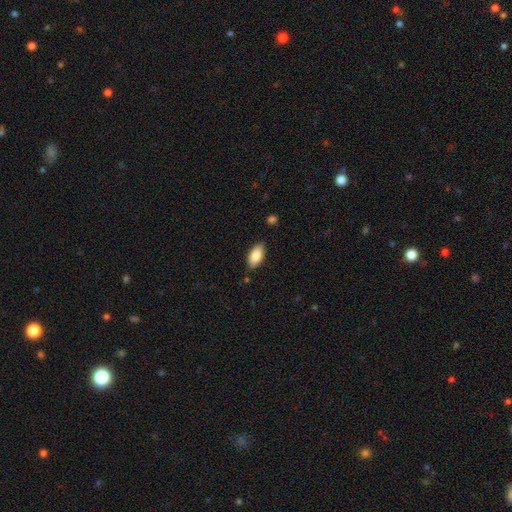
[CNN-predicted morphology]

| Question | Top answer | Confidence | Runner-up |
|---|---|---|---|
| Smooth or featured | smooth | 85% | featured or disk (9%) |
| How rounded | in between | 91% | cigar-shaped (7%) |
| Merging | none | 85% | minor disturbance (11%) |